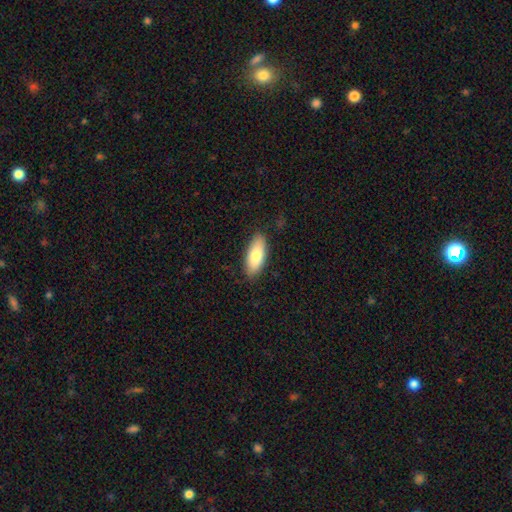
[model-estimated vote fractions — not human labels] Overall: smooth (80%). How rounded: in between (78%). Merging: none (87%).